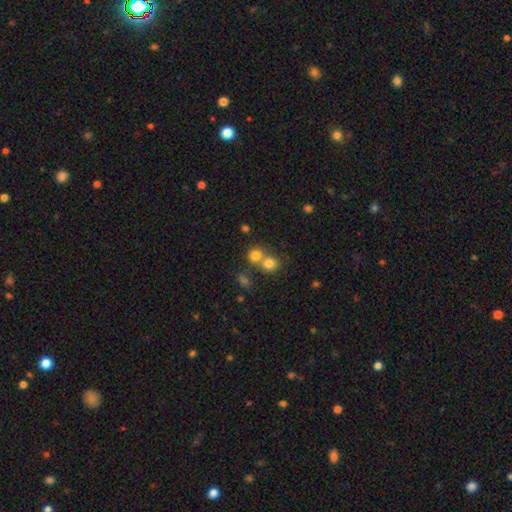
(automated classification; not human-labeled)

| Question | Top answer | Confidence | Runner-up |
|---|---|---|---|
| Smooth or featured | smooth | 78% | star or artifact (13%) |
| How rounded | round | 82% | in between (17%) |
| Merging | merger | 47% | none (44%) |